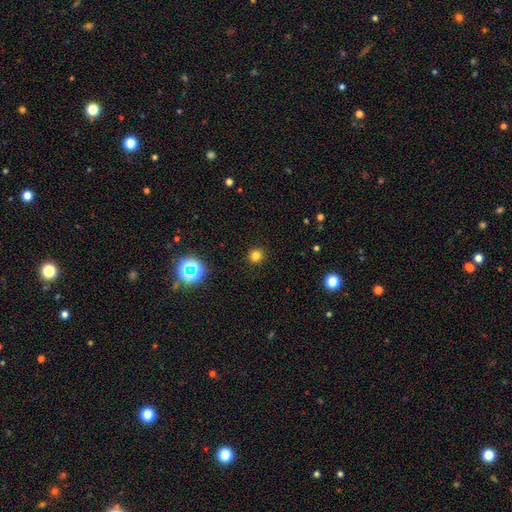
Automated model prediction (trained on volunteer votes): This appears to be a smooth galaxy with no disk features (77%) that is round (94%). Merging: none (92%).